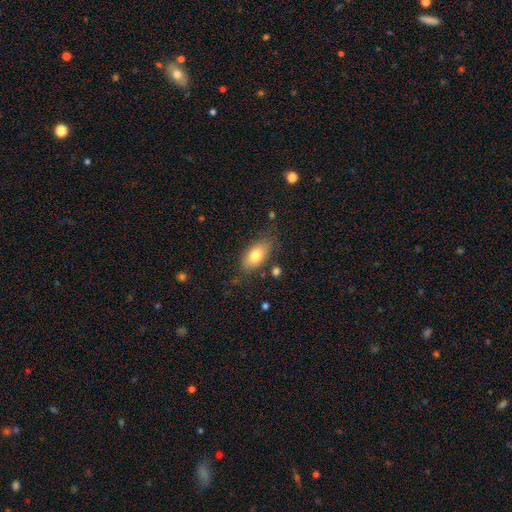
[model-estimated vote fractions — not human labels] Overall: smooth (78%). How rounded: in between (89%). Merging: none (74%).